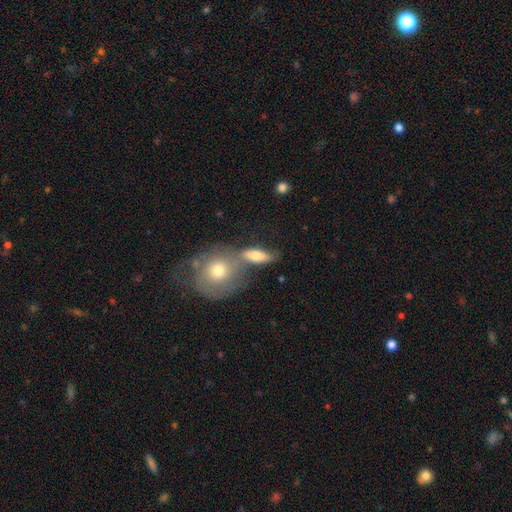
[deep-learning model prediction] A smooth galaxy with no disk features (64%) that is in between round and cigar-shaped (67%). Merging: none (41%).